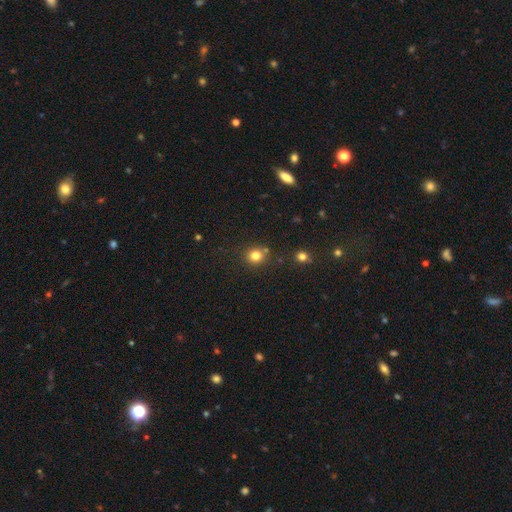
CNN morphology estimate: This appears to be a smooth galaxy with no disk features (80%) that is round (86%). Merging: none (79%).